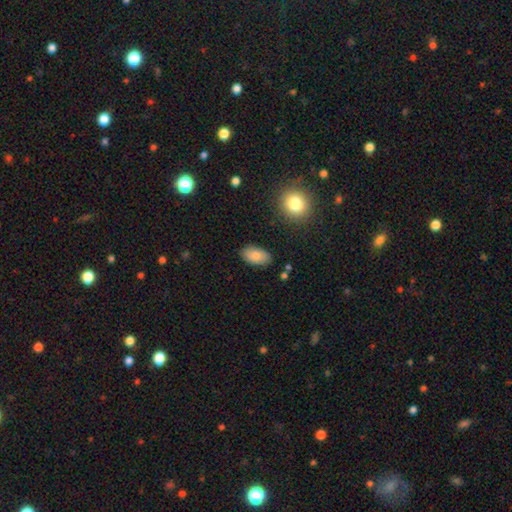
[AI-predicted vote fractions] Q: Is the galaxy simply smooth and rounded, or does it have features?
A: smooth — 84%.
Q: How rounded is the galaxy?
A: in between — 94%.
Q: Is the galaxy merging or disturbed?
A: none — 85%.